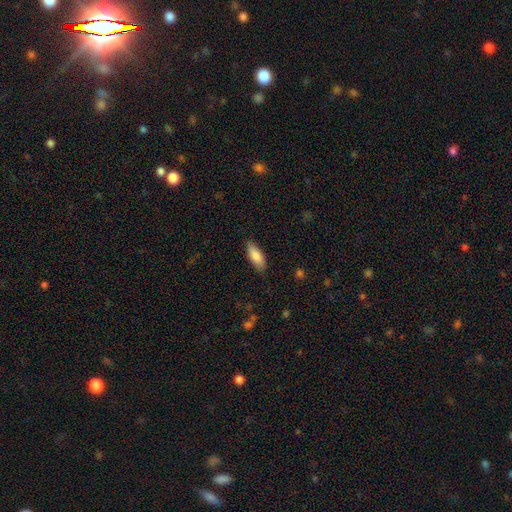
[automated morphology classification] A smooth galaxy with no disk features (83%) that is in between round and cigar-shaped (69%).

Vote fractions:
- Smooth or featured? smooth: 83% / featured or disk: 11% / star or artifact: 6%
- How rounded? in between: 69% / cigar-shaped: 29% / round: 2%
- Merging? none: 84% / minor disturbance: 12% / major disturbance: 2% / merger: 1%